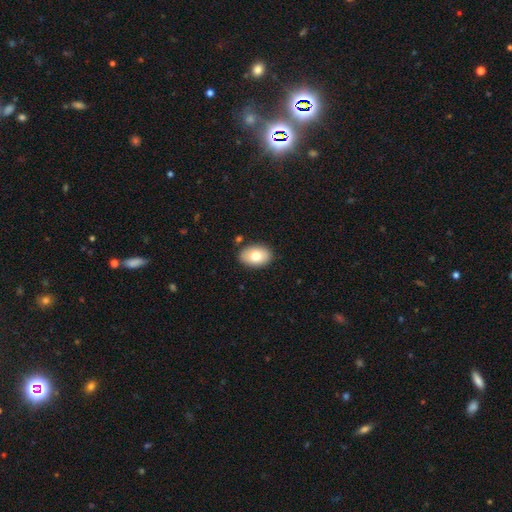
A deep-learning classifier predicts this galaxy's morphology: This is likely a smooth galaxy (76%). How rounded: clearly in between (83%). Merging: clearly none (85%).